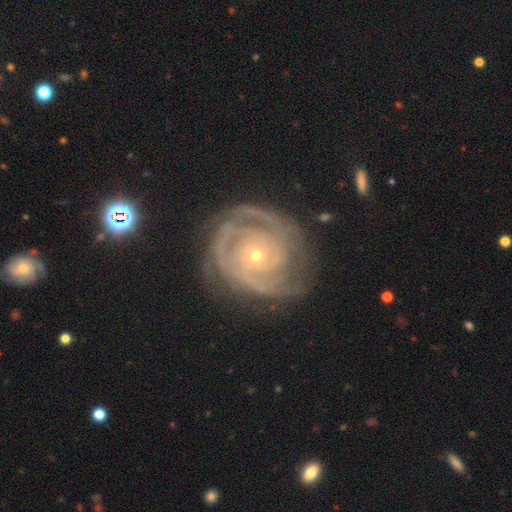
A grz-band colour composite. It shows a featured or disk galaxy (82%) with no bar (88%), tight (66%) spiral arms (100%) and a small central bulge (75%). Merging: none (51%).